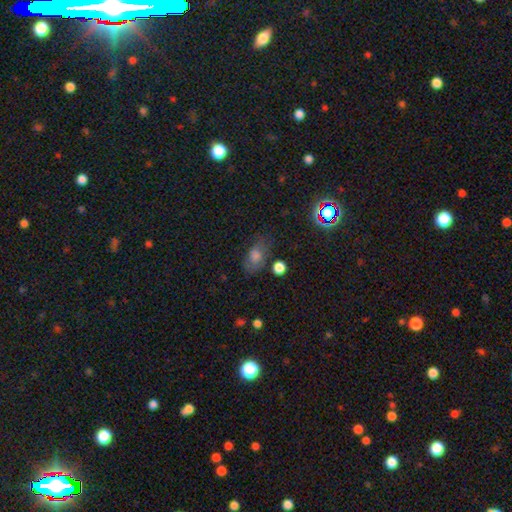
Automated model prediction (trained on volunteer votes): Smooth or featured? Predicted: smooth (p=0.61). How rounded? Predicted: in between (p=0.81). Merging? Predicted: none (p=0.70).